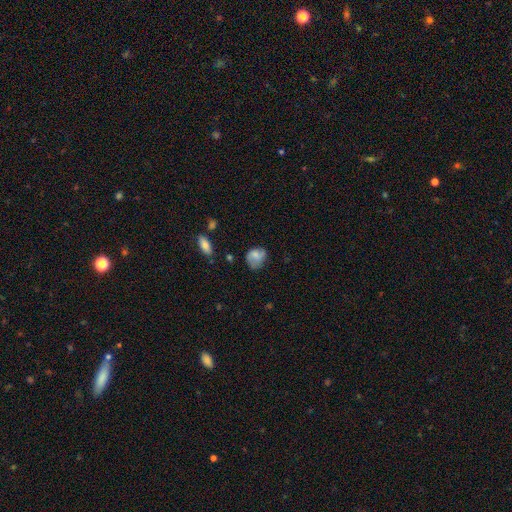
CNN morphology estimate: smooth-or-featured: smooth: 67% | featured or disk: 24% | star or artifact: 9%
  how-rounded: in between: 56% | round: 43% | cigar-shaped: 1%
  merging: none: 49% | minor disturbance: 33% | major disturbance: 15% | merger: 3%